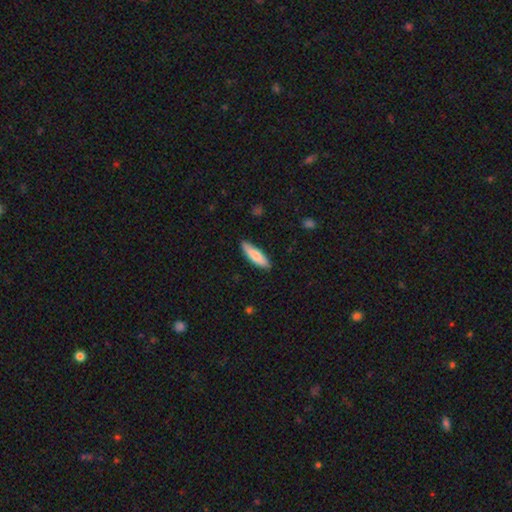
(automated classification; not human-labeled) Q: Smooth or featured?
A: smooth (78%); runner-up: featured or disk (17%)
Q: How rounded?
A: cigar-shaped (64%); runner-up: in between (35%)
Q: Merging?
A: none (88%); runner-up: minor disturbance (10%)